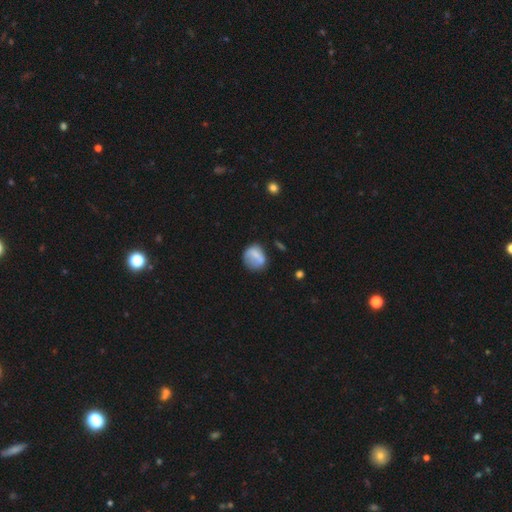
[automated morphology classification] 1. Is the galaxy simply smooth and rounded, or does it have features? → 71% smooth, 21% featured or disk, 9% star or artifact.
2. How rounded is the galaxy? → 69% round, 29% in between, 2% cigar-shaped.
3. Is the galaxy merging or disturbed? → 59% none, 25% minor disturbance, 12% major disturbance, 4% merger.